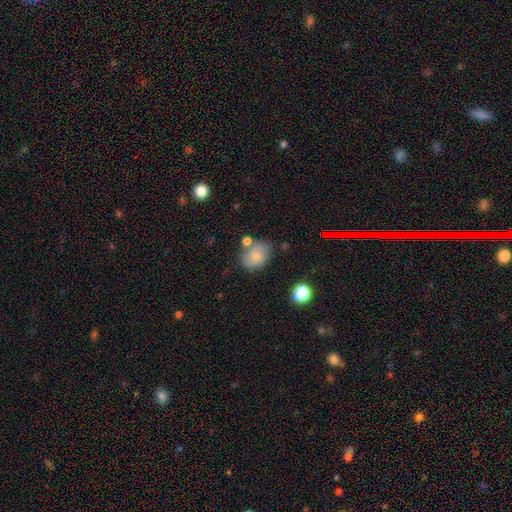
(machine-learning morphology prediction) Smooth or featured? Predicted: smooth (p=0.61). How rounded? Predicted: in between (p=0.52). Merging? Predicted: none (p=0.58).